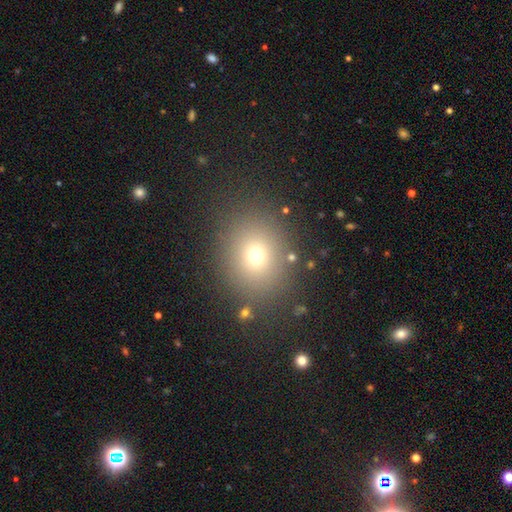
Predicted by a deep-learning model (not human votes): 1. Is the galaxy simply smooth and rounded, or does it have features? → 69% smooth, 20% star or artifact, 11% featured or disk.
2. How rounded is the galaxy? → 67% round, 32% in between, 1% cigar-shaped.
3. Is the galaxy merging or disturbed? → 85% none, 8% minor disturbance, 4% major disturbance, 2% merger.